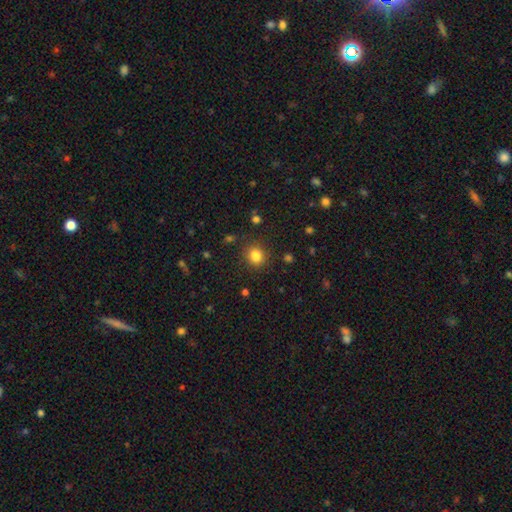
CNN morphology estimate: Smooth or featured? smooth (83%)
How rounded? round (81%)
Merging? none (87%)